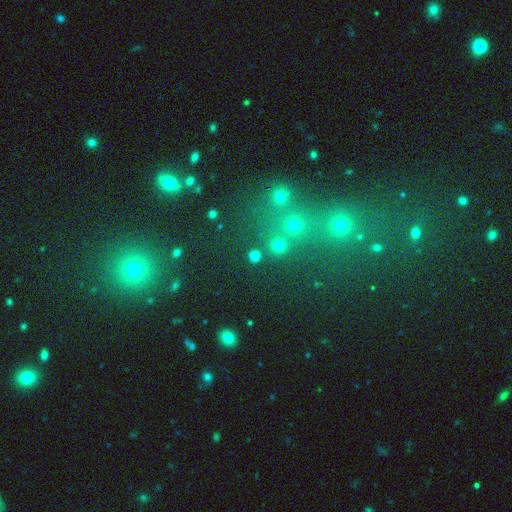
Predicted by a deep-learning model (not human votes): This is likely a smooth galaxy (75%). How rounded: clearly round (91%). Merging: clearly none (85%).